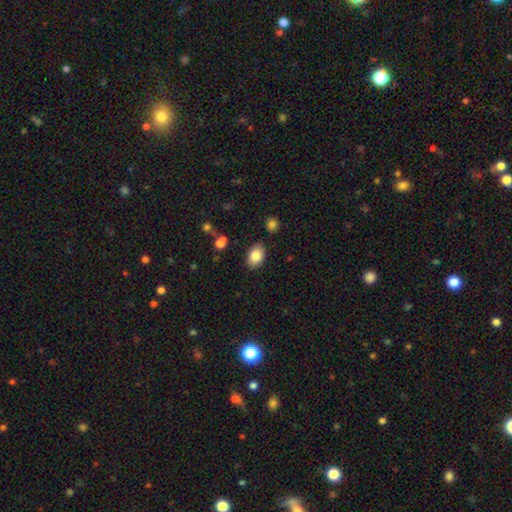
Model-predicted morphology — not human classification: smooth 84%, featured or disk 8%, star or artifact 8%. Down the decision tree: how rounded — in between (86%); merging — none (84%).